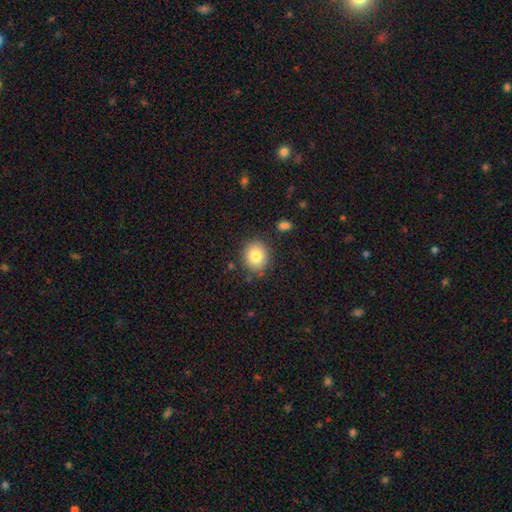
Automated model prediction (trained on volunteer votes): Morphology: type=smooth (81%); roundness=round (79%); merging=none (85%).